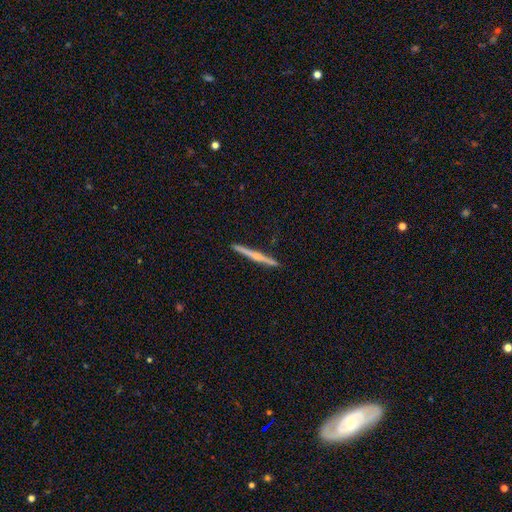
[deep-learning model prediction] smooth-or-featured: featured or disk: 61% | smooth: 34% | star or artifact: 6%
  disk-edge-on: yes: 98% | no: 2%
    edge-on-bulge: rounded: 50% | none: 41% | boxy: 9%
  merging: none: 92% | minor disturbance: 5% | major disturbance: 1% | merger: 1%